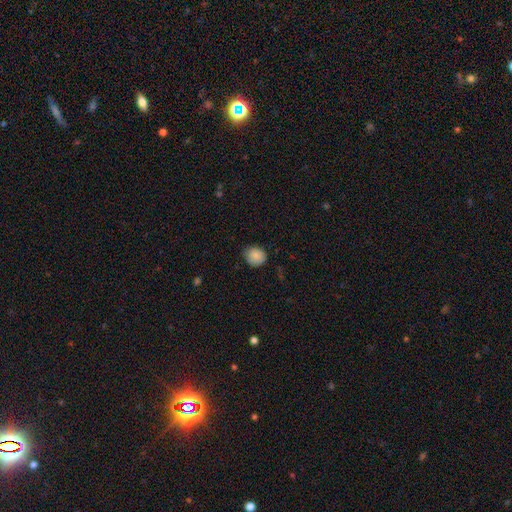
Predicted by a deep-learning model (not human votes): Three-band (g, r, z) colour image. It shows a smooth galaxy with no disk features (87%) that is round (66%). Merging: none (74%).